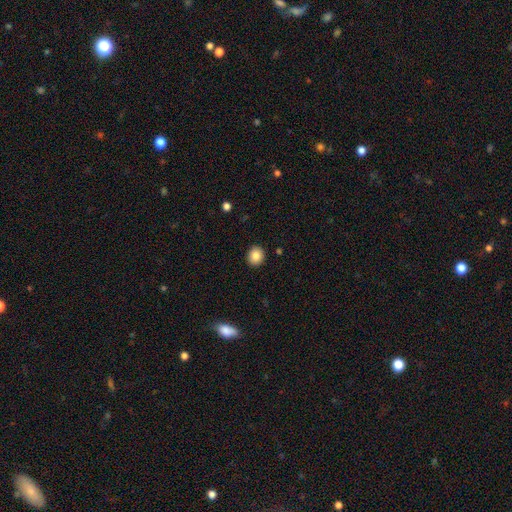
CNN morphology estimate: type=smooth (85%); roundness=round (76%); merging=none (91%).